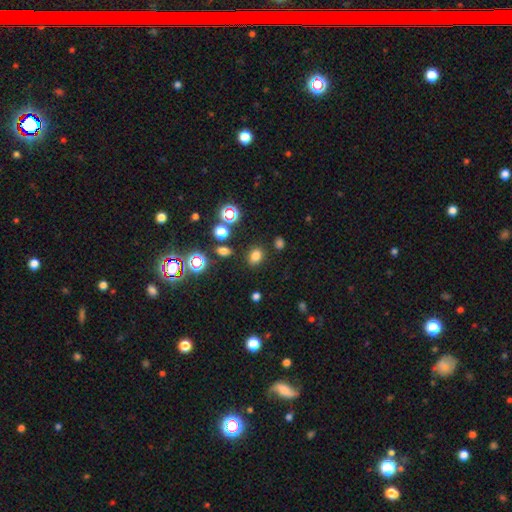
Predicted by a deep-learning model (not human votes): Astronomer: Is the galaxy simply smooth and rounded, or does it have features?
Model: smooth — 75%.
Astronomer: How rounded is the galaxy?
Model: in between — 54% (runner-up: round, 45%).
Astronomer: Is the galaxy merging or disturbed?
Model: none — 84%.